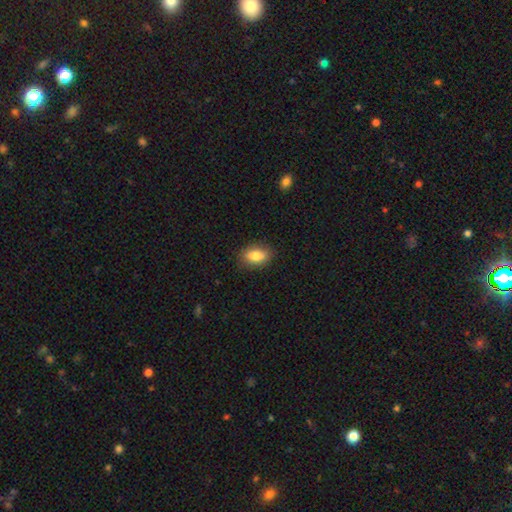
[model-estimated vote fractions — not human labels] The model was most divided on "how rounded": in between: 84%, round: 14%, cigar-shaped: 2%. More confident: merging — none (86%); smooth or featured — smooth (82%).